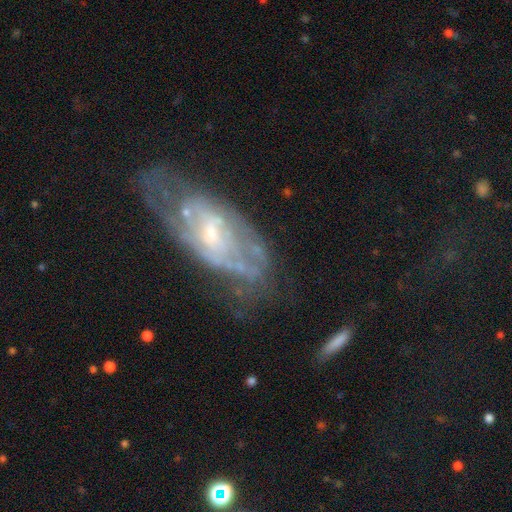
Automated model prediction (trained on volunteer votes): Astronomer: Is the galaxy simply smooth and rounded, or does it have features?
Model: featured or disk — 73%.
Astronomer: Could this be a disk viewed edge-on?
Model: no — 89%.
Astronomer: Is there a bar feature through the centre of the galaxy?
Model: no — 55% (runner-up: weak, 36%).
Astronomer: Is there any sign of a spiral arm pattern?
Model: yes — 59% (runner-up: no, 41%).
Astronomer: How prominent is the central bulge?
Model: small — 55% (runner-up: moderate, 35%).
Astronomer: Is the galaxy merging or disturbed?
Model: none — 47% (runner-up: minor disturbance, 25%).